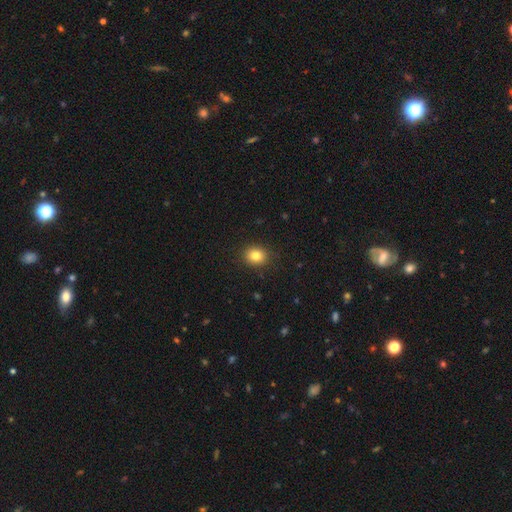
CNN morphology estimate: smooth-or-featured: smooth: 83% | star or artifact: 11% | featured or disk: 7%
  how-rounded: round: 65% | in between: 34% | cigar-shaped: 1%
  merging: none: 89% | minor disturbance: 7% | major disturbance: 2% | merger: 1%